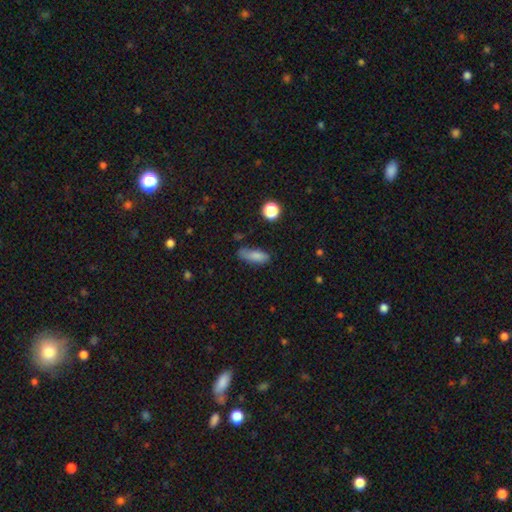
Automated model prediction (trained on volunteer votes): The model was most divided on "merging": none: 57%, minor disturbance: 30%, major disturbance: 9%, merger: 4%. More confident: smooth or featured — smooth (80%); how rounded — in between (67%).